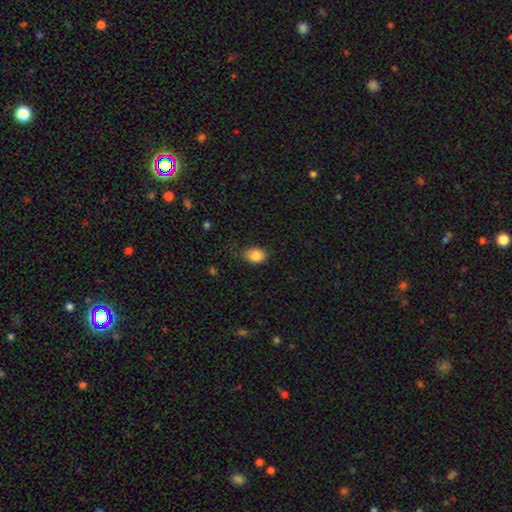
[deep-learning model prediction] This is clearly a smooth galaxy (85%). How rounded: likely in between (67%). Merging: likely none (64%).